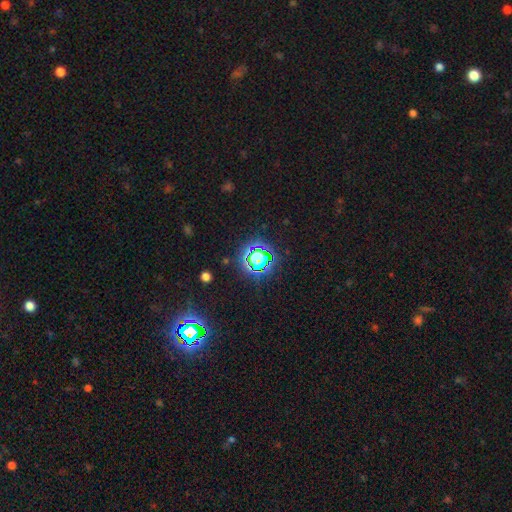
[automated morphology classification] A star or artifact, not a galaxy (68%).

Vote fractions:
- Smooth or featured? star or artifact: 68% / smooth: 21% / featured or disk: 11%